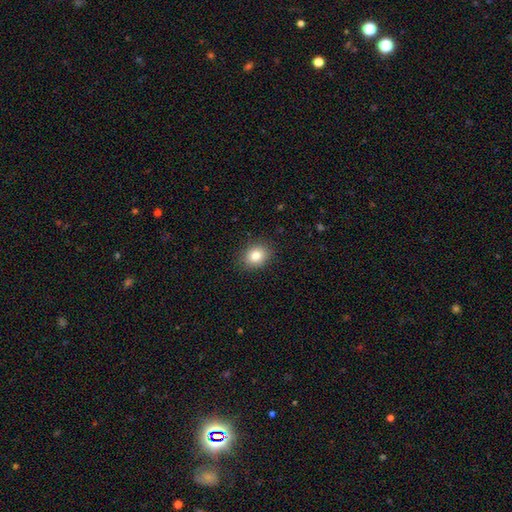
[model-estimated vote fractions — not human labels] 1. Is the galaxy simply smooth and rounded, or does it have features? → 83% smooth, 10% star or artifact, 8% featured or disk.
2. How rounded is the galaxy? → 53% round, 46% in between, 1% cigar-shaped.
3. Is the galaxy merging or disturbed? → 88% none, 9% minor disturbance, 2% major disturbance, 1% merger.